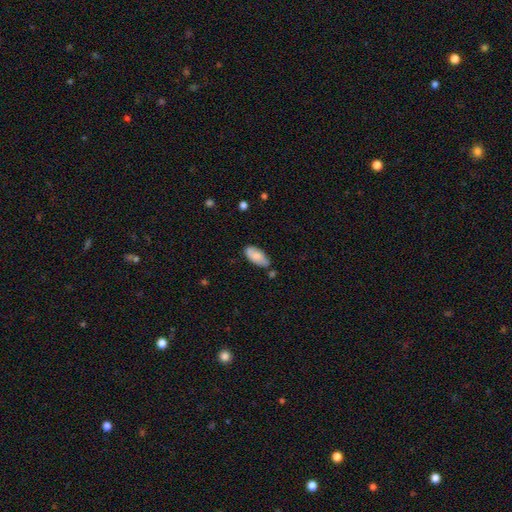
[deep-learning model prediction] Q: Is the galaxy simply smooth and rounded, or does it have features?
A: smooth — 76%.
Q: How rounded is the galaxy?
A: in between — 89%.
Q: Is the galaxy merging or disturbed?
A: none — 70%.